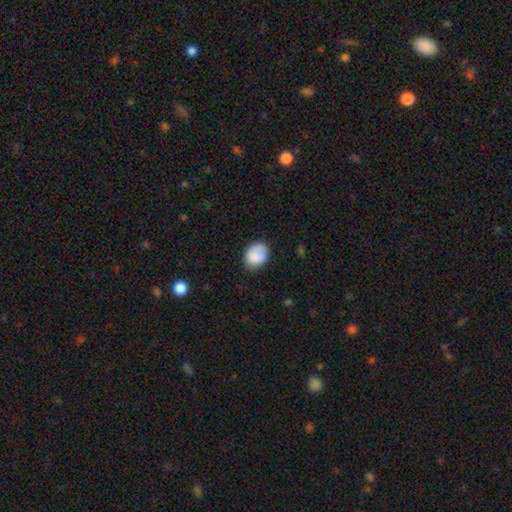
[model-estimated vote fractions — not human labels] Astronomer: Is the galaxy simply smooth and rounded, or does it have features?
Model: smooth — 84%.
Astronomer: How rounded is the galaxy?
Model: in between — 53% (runner-up: round, 46%).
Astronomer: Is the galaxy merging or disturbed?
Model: none — 70%.